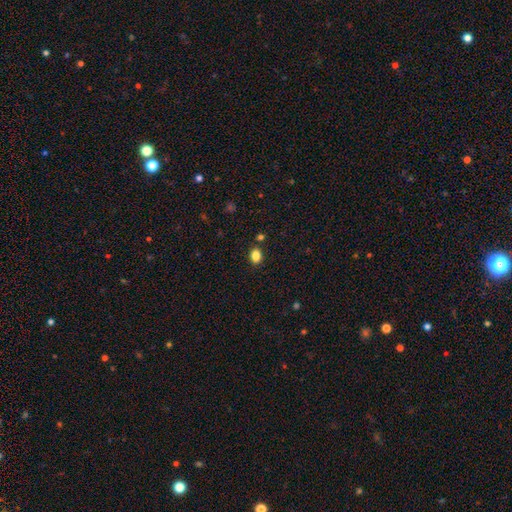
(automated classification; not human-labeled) Smooth or featured: smooth — 85% (star or artifact — 11%)
How rounded: in between — 70% (round — 29%)
Merging: none — 84% (minor disturbance — 9%)